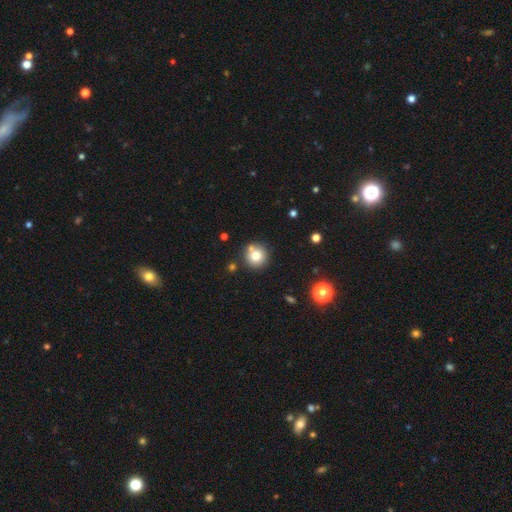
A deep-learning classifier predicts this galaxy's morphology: A smooth galaxy with no disk features (76%) that is round (93%).

Vote fractions:
- Smooth or featured? smooth: 76% / featured or disk: 12% / star or artifact: 12%
- How rounded? round: 93% / in between: 6% / cigar-shaped: 1%
- Merging? none: 75% / merger: 11% / minor disturbance: 11% / major disturbance: 3%